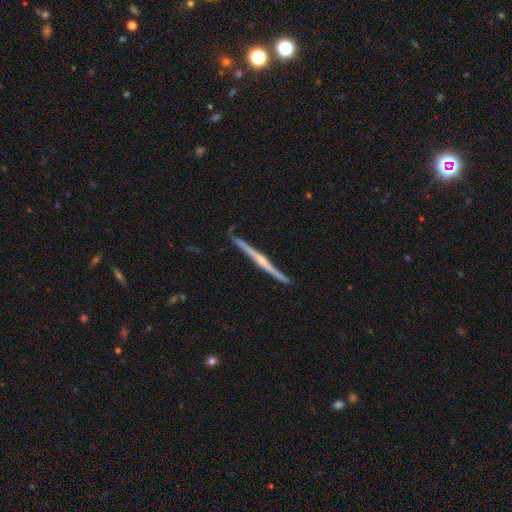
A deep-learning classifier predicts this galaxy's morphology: featured or disk 77%, smooth 17%, star or artifact 6%. Down the decision tree: edge-on disk — yes (98%); edge-on bulge — rounded (62%); merging — none (90%).